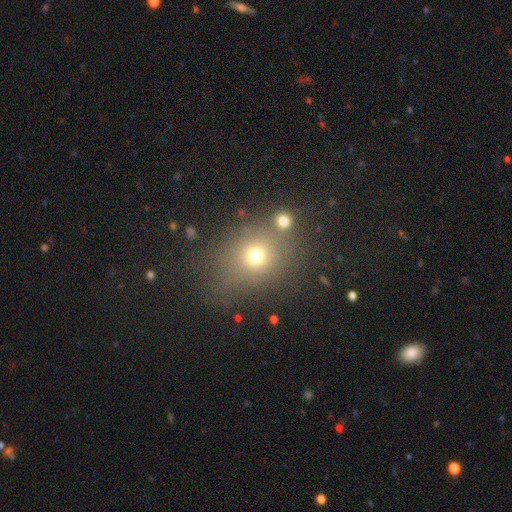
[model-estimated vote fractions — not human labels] This is likely a smooth galaxy (67%). How rounded: likely round (65%). Merging: likely none (65%).